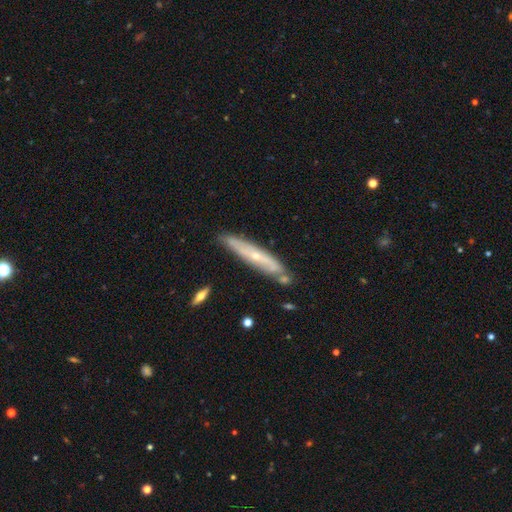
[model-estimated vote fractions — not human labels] This appears to be a featured or disk galaxy (65%) viewed edge-on (65%). Merging: none (74%).